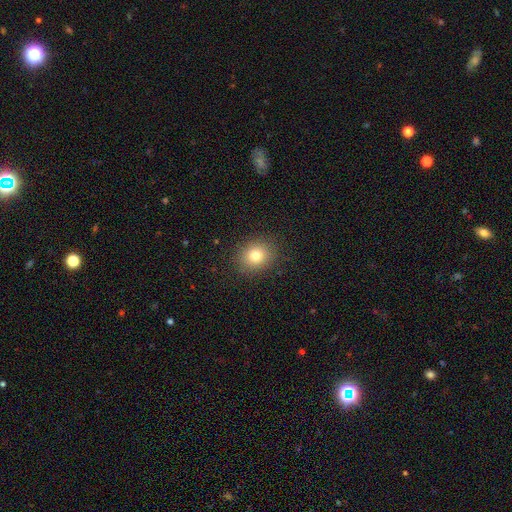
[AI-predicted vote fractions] smooth-or-featured: smooth: 78% | star or artifact: 13% | featured or disk: 9%
  how-rounded: round: 72% | in between: 27% | cigar-shaped: 1%
  merging: none: 89% | minor disturbance: 8% | major disturbance: 3% | merger: 1%